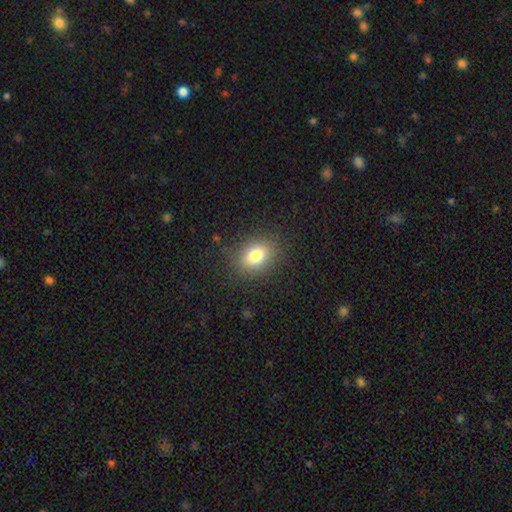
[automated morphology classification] Smooth or featured?
  - smooth: 78% *
  - star or artifact: 11%
  - featured or disk: 11%
How rounded?
  - in between: 68% *
  - round: 30%
  - cigar-shaped: 2%
Merging?
  - none: 84% *
  - minor disturbance: 11%
  - major disturbance: 4%
  - merger: 1%